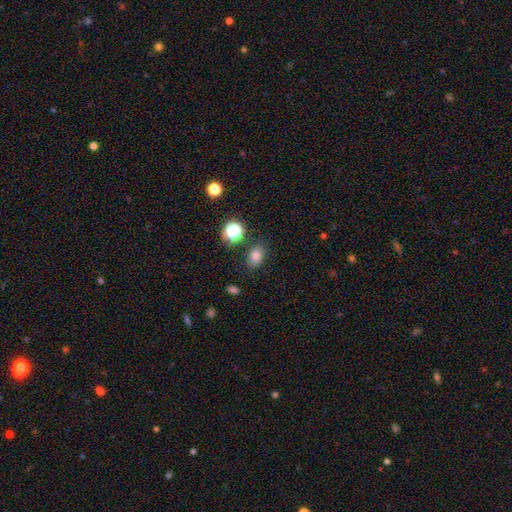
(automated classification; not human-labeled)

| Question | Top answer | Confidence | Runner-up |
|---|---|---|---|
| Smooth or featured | smooth | 75% | star or artifact (17%) |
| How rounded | in between | 70% | round (29%) |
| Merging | none | 80% | minor disturbance (12%) |